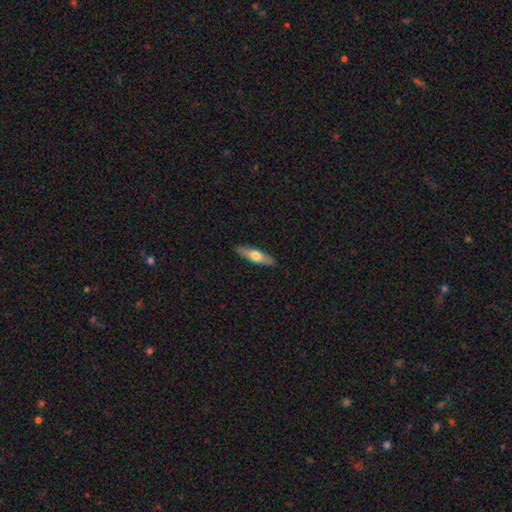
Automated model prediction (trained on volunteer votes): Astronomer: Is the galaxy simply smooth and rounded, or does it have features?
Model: smooth — 56% (runner-up: featured or disk, 39%).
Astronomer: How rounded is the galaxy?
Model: cigar-shaped — 63%.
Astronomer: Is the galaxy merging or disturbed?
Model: none — 89%.